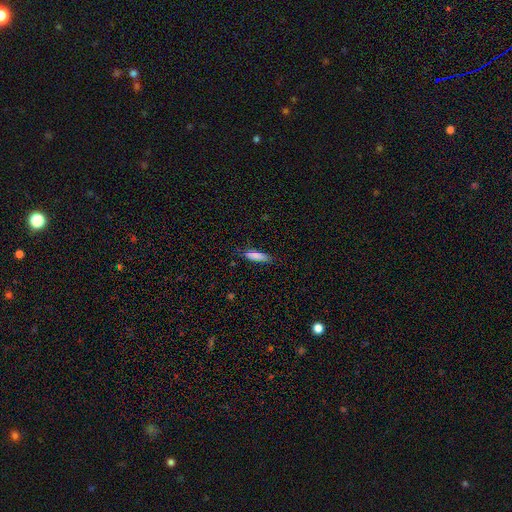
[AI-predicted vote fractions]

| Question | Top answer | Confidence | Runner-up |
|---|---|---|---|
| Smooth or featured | smooth | 83% | featured or disk (10%) |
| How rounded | cigar-shaped | 68% | in between (31%) |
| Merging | none | 79% | minor disturbance (17%) |